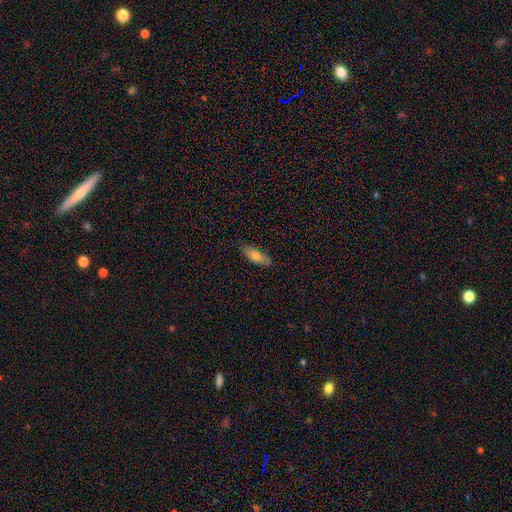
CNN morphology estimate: Smooth or featured? smooth (71%)
How rounded? in between (66%)
Merging? none (86%)